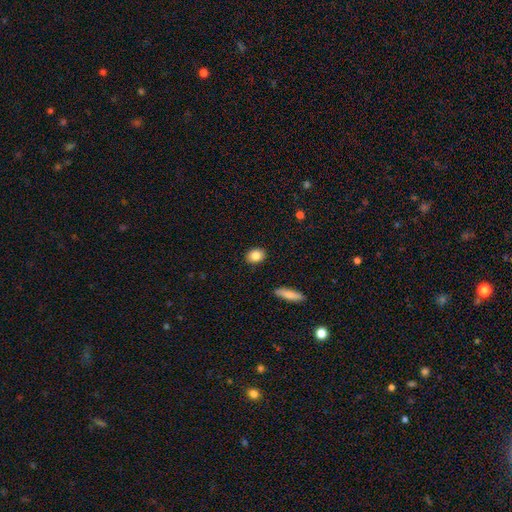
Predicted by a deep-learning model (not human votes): The model was most divided on "how rounded": in between: 56%, round: 42%, cigar-shaped: 2%. More confident: merging — none (90%); smooth or featured — smooth (84%).